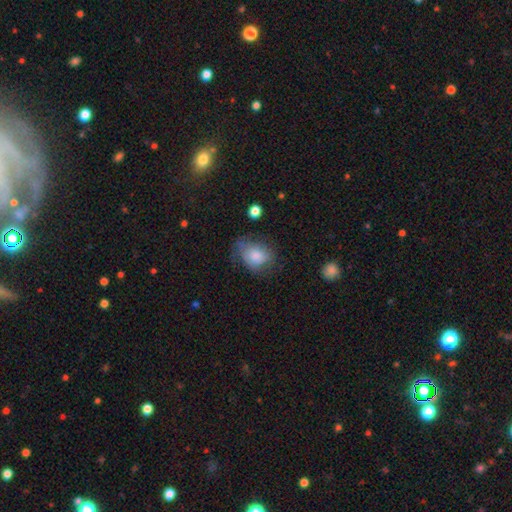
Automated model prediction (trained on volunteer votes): The model was most divided on "how rounded": in between: 56%, round: 43%, cigar-shaped: 1%. Remaining: smooth or featured — smooth (76%); merging — none (45%).